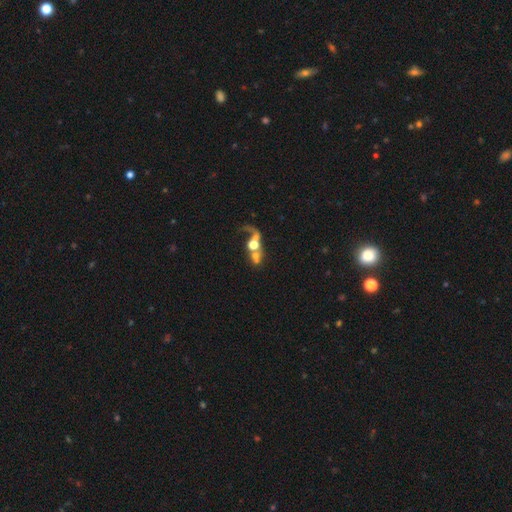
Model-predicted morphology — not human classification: type=featured or disk (48%); merging=merger (57%).